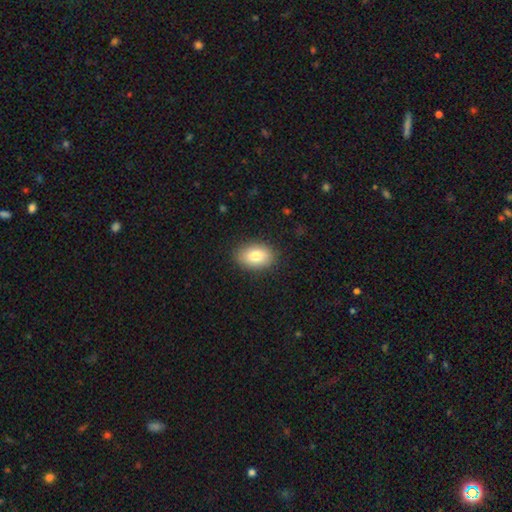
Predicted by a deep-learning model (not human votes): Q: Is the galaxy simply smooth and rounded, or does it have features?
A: smooth — 81%.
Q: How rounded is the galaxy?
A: in between — 87%.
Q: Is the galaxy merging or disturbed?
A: none — 87%.